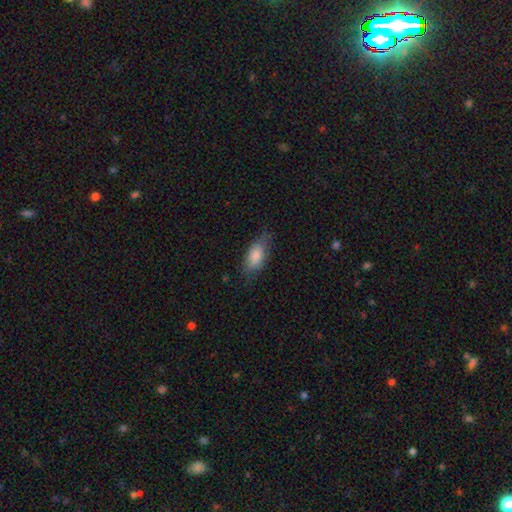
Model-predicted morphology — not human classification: Smooth or featured?
  - smooth: 81% *
  - featured or disk: 12%
  - star or artifact: 7%
How rounded?
  - in between: 87% *
  - cigar-shaped: 10%
  - round: 3%
Merging?
  - none: 68% *
  - minor disturbance: 24%
  - major disturbance: 7%
  - merger: 1%